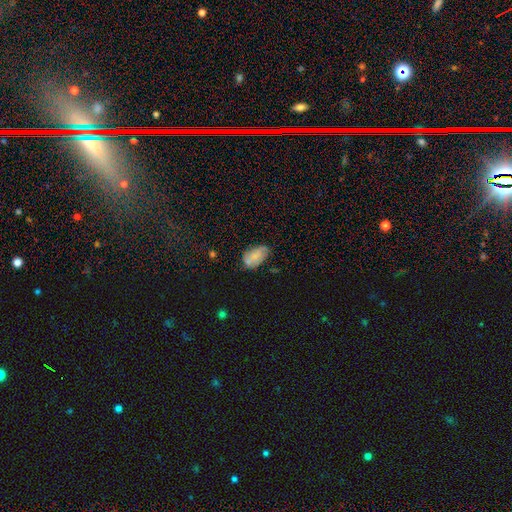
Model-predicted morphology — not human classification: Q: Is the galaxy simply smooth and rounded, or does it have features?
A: smooth — 60%.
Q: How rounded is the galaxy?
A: in between — 90%.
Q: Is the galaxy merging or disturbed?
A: none — 50%.